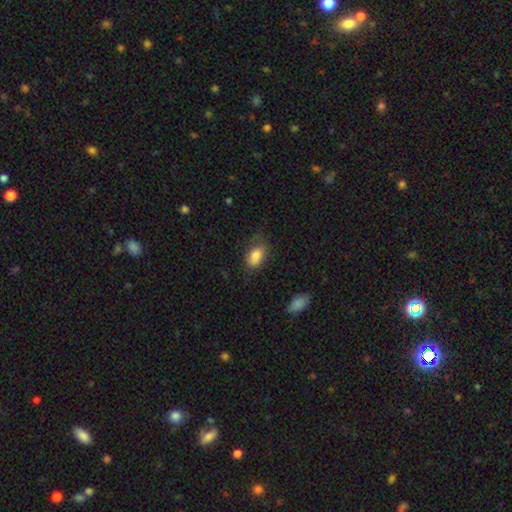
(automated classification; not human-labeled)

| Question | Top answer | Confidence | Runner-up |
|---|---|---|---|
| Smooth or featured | smooth | 83% | featured or disk (10%) |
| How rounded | in between | 90% | round (8%) |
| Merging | none | 66% | minor disturbance (24%) |